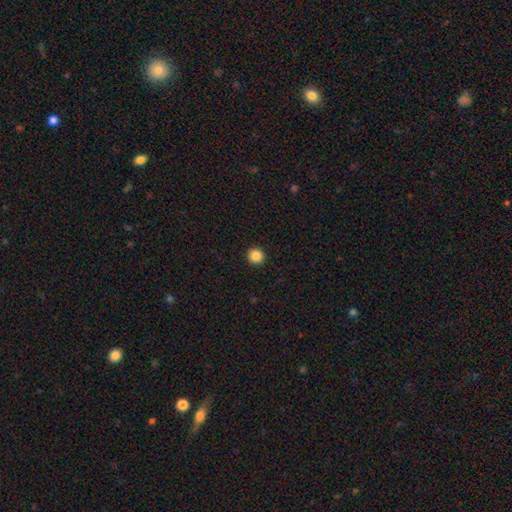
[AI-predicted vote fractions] This is clearly a smooth galaxy (86%). How rounded: clearly round (94%). Merging: clearly none (94%).